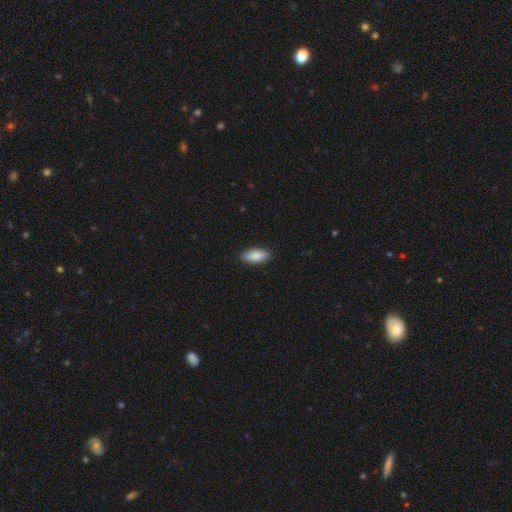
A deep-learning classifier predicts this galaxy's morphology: Q: Smooth or featured?
A: smooth (88%); runner-up: star or artifact (6%)
Q: How rounded?
A: in between (84%); runner-up: cigar-shaped (14%)
Q: Merging?
A: none (89%); runner-up: minor disturbance (8%)